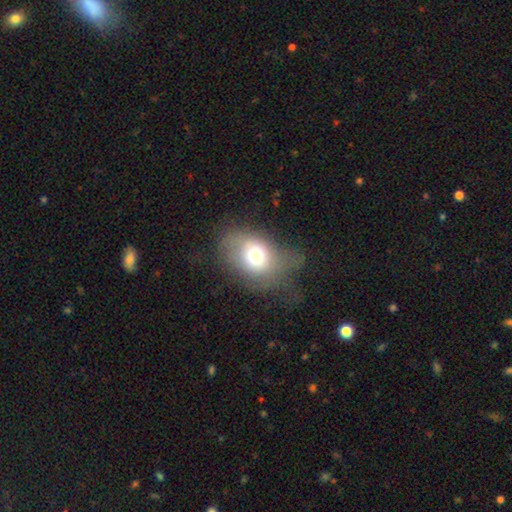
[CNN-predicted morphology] A smooth galaxy with no disk features (68%) that is in between round and cigar-shaped (63%).

Vote fractions:
- Smooth or featured? smooth: 68% / featured or disk: 21% / star or artifact: 11%
- How rounded? in between: 63% / round: 36% / cigar-shaped: 1%
- Merging? major disturbance: 35% / none: 33% / minor disturbance: 29% / merger: 3%